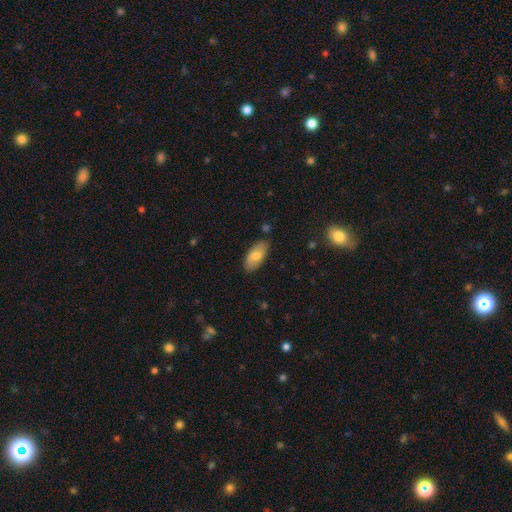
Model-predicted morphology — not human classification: A smooth galaxy with no disk features (77%) that is in between round and cigar-shaped (91%). Merging: none (83%).